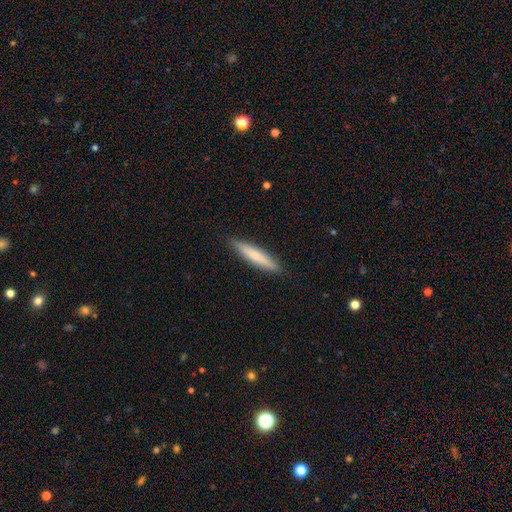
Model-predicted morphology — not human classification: Smooth or featured? smooth (72%)
How rounded? cigar-shaped (90%)
Merging? none (90%)